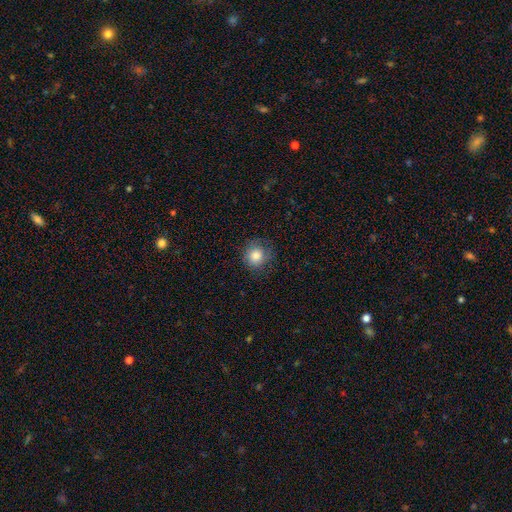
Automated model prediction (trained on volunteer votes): A smooth galaxy with no disk features (83%) that is round (89%). Merging: none (78%).